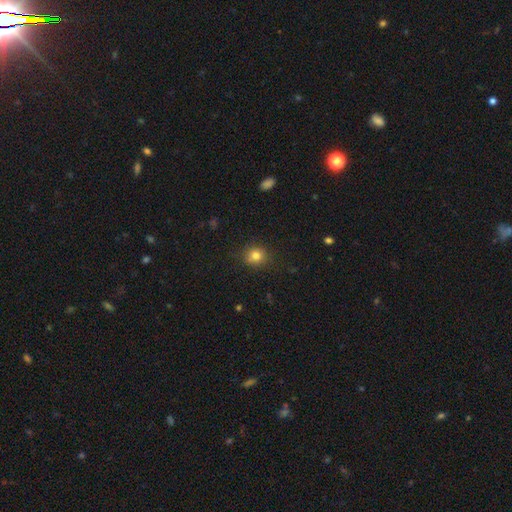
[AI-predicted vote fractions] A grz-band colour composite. It shows a smooth galaxy with no disk features (79%) that is round (81%). Merging: none (84%).